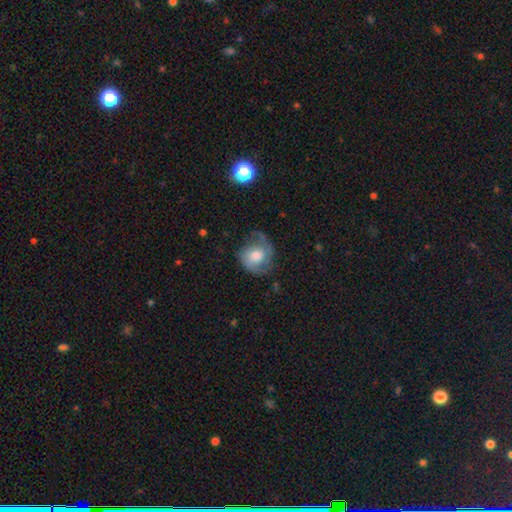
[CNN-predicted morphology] type=featured or disk (66%); edge-on=no (98%); bar=no (69%); spiral arms=yes (91%); winding=medium (46%); arm count=2 (76%); bulge=moderate (52%); merging=none (60%).